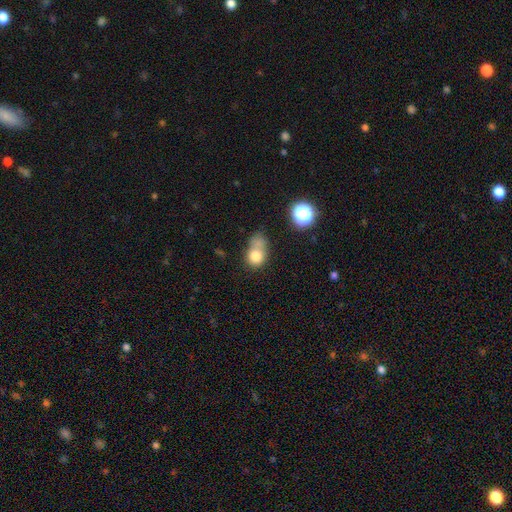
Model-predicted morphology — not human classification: This appears to be a smooth galaxy with no disk features (75%) that is round (59%). Merging: merger (38%).